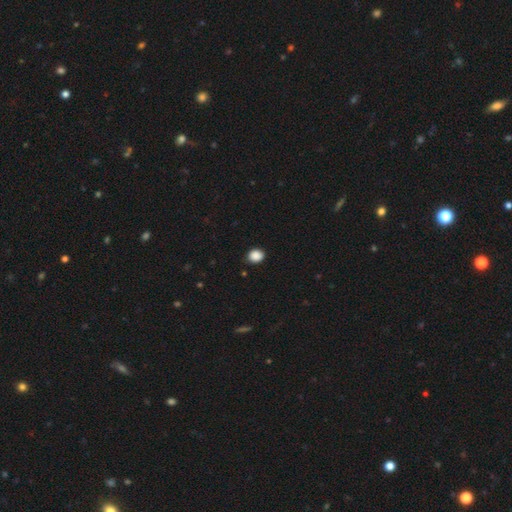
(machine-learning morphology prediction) The model was most divided on "how rounded": round: 57%, in between: 42%, cigar-shaped: 1%. More confident: smooth or featured — smooth (88%); merging — none (86%).